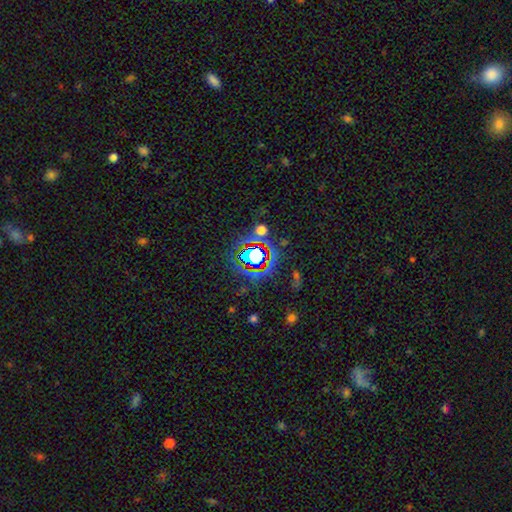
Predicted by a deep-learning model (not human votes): Q: Smooth or featured?
A: star or artifact (66%); runner-up: smooth (21%)